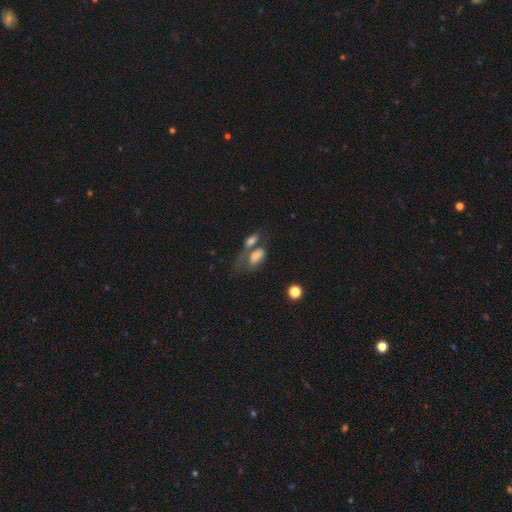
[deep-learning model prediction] smooth 67%, featured or disk 21%, star or artifact 12%. Down the decision tree: how rounded — in between (86%); merging — merger (42%).